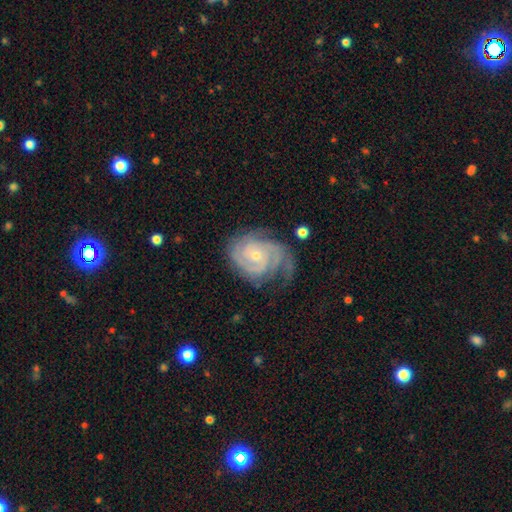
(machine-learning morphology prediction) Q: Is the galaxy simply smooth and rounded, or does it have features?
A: featured or disk — 90%.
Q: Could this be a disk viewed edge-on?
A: no — 98%.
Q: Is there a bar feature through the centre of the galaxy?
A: no — 68%.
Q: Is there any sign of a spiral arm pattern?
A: yes — 98%.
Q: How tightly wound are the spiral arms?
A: tight — 71%.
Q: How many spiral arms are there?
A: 3 — 33%.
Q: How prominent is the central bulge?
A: small — 69%.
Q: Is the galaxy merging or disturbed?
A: none — 61%.